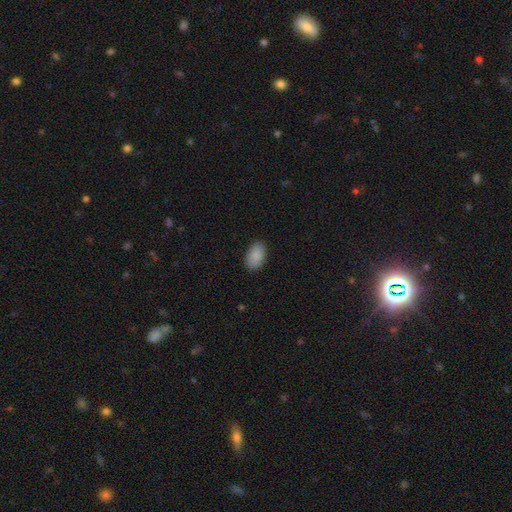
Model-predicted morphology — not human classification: A smooth galaxy with no disk features (89%) that is in between round and cigar-shaped (92%). Merging: none (87%).